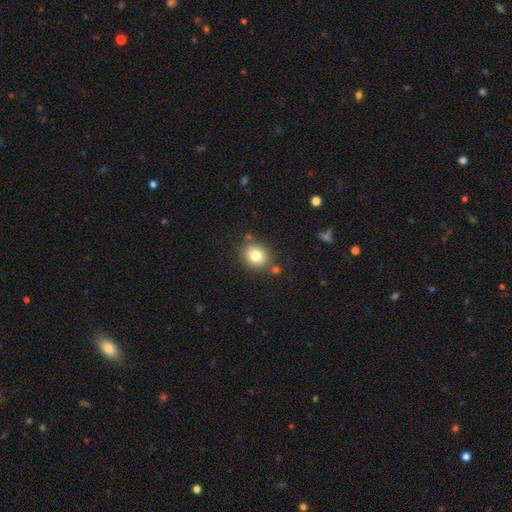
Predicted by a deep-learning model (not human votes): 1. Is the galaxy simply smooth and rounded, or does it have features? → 80% smooth, 11% star or artifact, 9% featured or disk.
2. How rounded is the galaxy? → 75% round, 24% in between, 1% cigar-shaped.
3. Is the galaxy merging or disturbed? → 81% none, 11% minor disturbance, 5% merger, 3% major disturbance.